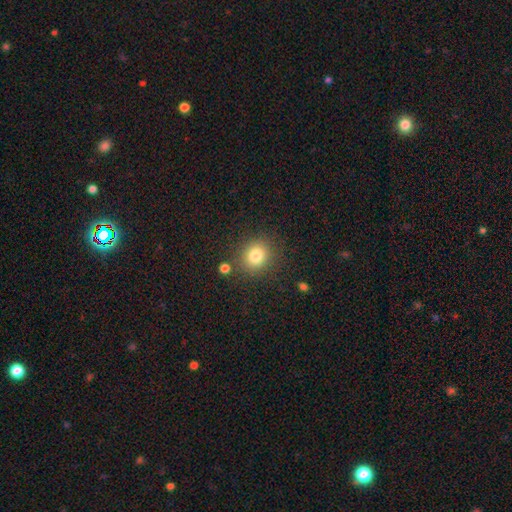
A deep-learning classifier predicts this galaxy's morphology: Smooth or featured? Predicted: smooth (p=0.81). How rounded? Predicted: round (p=0.81). Merging? Predicted: none (p=0.83).